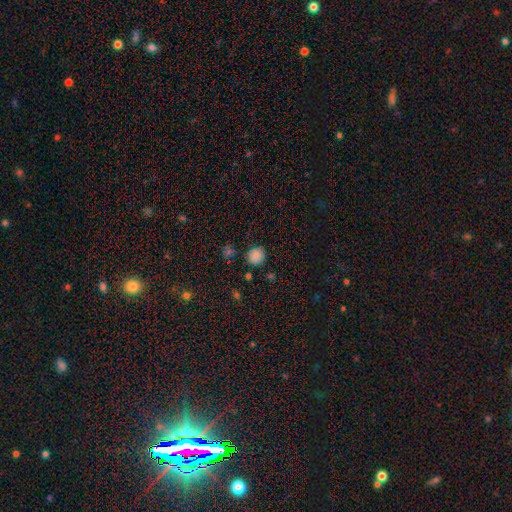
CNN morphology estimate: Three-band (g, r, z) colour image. It shows a smooth galaxy with no disk features (83%) that is round (87%). Merging: none (82%).